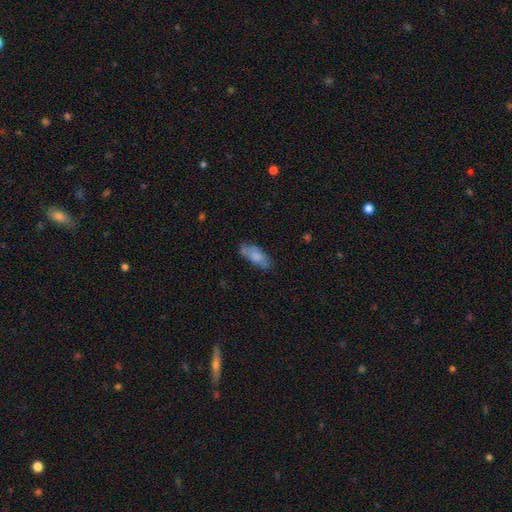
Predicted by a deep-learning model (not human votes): Smooth or featured? smooth (74%)
How rounded? in between (80%)
Merging? none (64%)